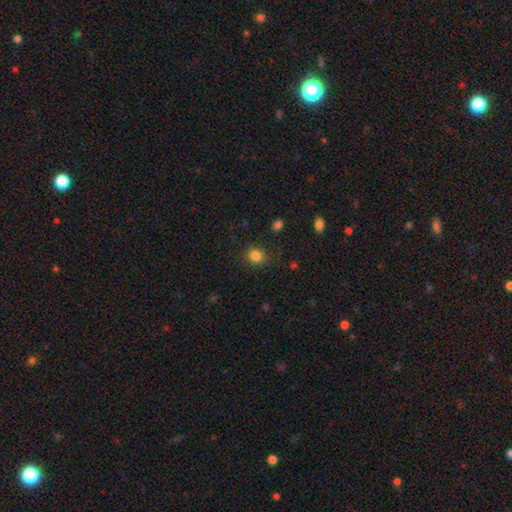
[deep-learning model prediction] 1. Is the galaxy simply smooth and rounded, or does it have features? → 83% smooth, 12% star or artifact, 5% featured or disk.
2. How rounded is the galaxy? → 74% round, 25% in between, 1% cigar-shaped.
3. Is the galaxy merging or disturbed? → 81% none, 13% minor disturbance, 4% major disturbance, 1% merger.